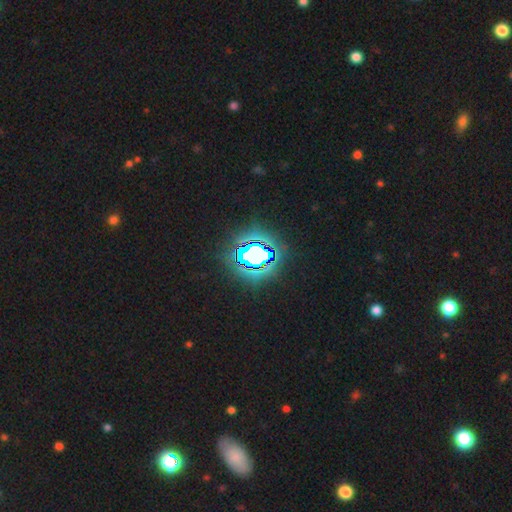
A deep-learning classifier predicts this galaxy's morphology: A star or artifact, not a galaxy (77%).

Vote fractions:
- Smooth or featured? star or artifact: 77% / smooth: 13% / featured or disk: 10%